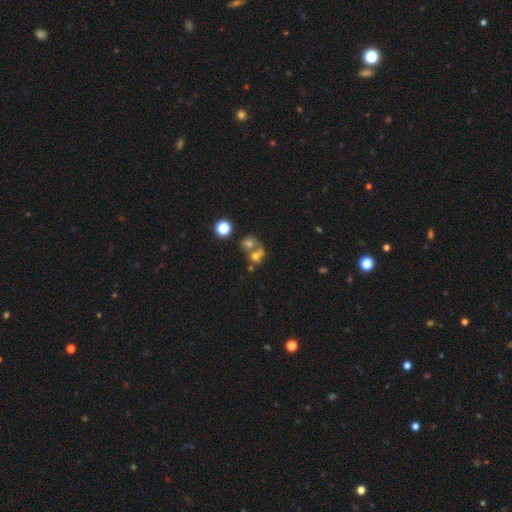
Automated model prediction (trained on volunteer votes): Overall: smooth (62%). How rounded: round (63%; in between 35%). Merging: merger (61%; none 26%).